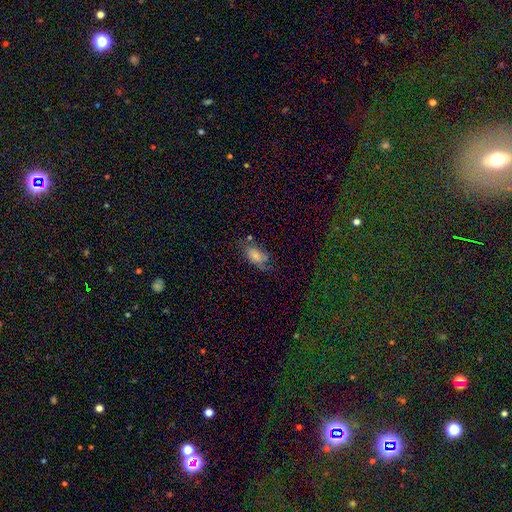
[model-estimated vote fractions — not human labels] This appears to be a smooth galaxy with no disk features (65%) that is in between round and cigar-shaped (91%). Merging: none (48%).